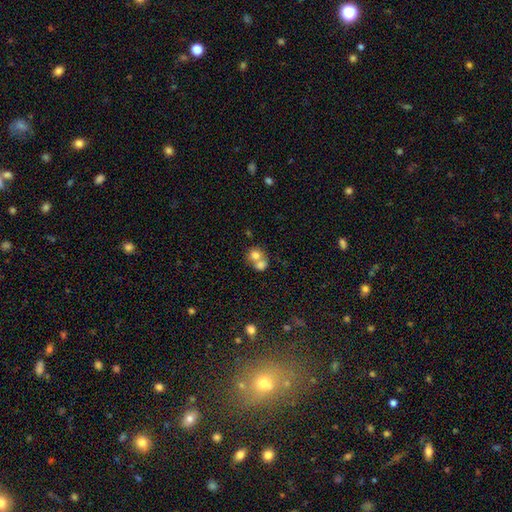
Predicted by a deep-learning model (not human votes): Morphology: type=smooth (73%); roundness=round (75%); merging=merger (64%).